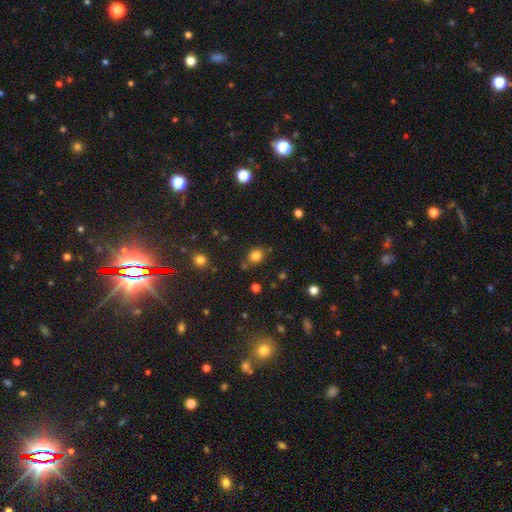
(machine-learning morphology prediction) This is clearly a smooth galaxy (81%). How rounded: likely round (72%). Merging: likely none (78%).